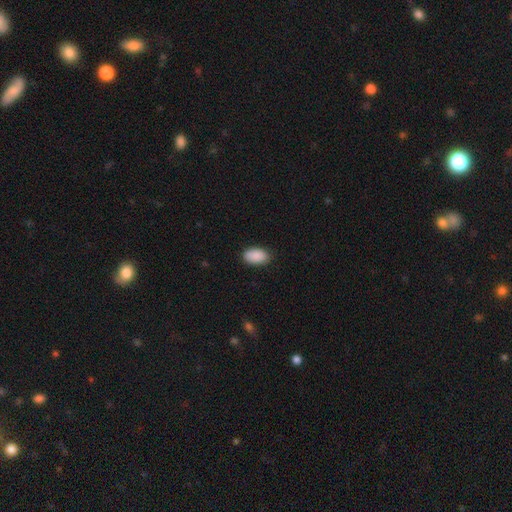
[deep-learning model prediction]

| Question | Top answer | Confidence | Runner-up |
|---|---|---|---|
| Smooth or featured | smooth | 90% | star or artifact (7%) |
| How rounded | in between | 94% | round (5%) |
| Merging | none | 86% | minor disturbance (10%) |